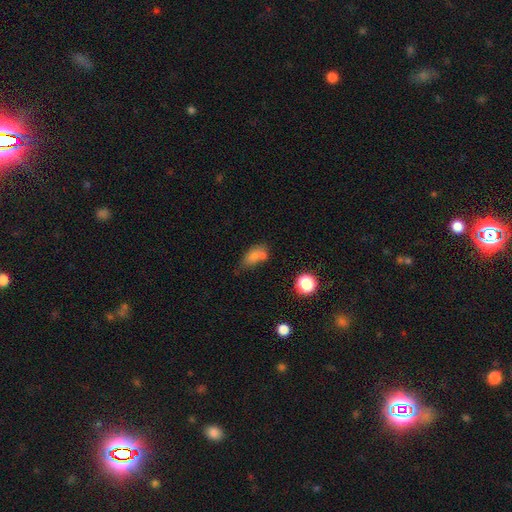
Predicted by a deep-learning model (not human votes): Smooth or featured? smooth (73%)
How rounded? in between (80%)
Merging? none (38%)